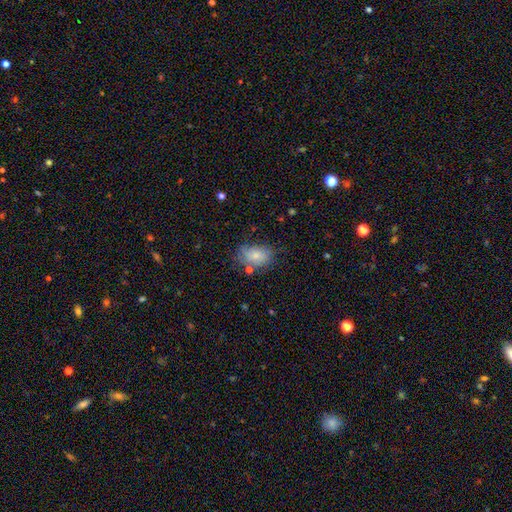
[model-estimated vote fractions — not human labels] This is likely a smooth galaxy (74%). How rounded: clearly in between (82%). Merging: likely none (60%).